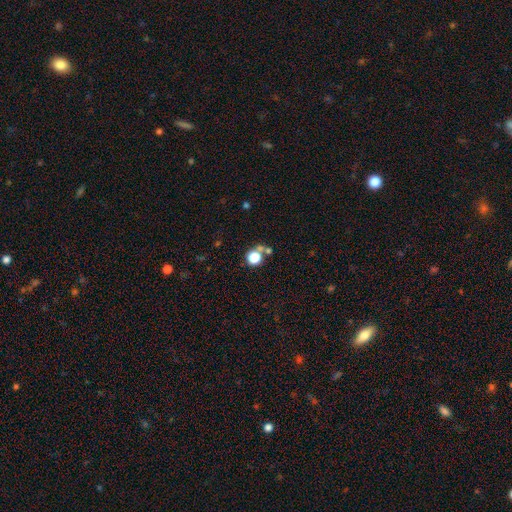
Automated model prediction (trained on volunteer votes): smooth-or-featured: smooth: 74% | star or artifact: 18% | featured or disk: 8%
  how-rounded: round: 90% | in between: 9% | cigar-shaped: 1%
  merging: none: 60% | merger: 26% | minor disturbance: 9% | major disturbance: 6%